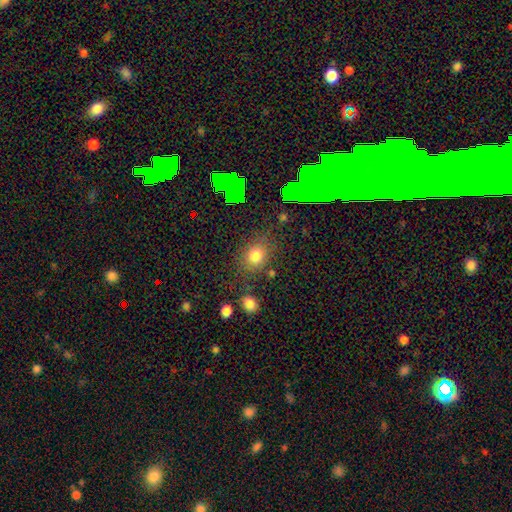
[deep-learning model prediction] smooth 75%, star or artifact 17%, featured or disk 8%. Down the decision tree: how rounded — round (60%); merging — none (76%).